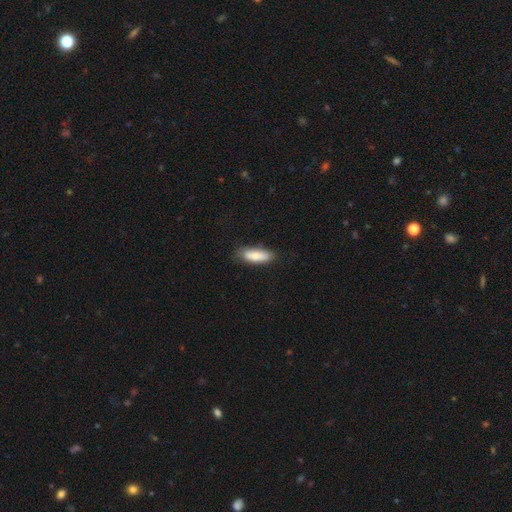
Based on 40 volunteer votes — smooth-or-featured: smooth: 80% | featured or disk: 10% | star or artifact: 10%
  how-rounded: in between: 62% | cigar-shaped: 31% | round: 6%
  merging: none: 78% | minor disturbance: 19% | major disturbance: 3% | merger: 0%